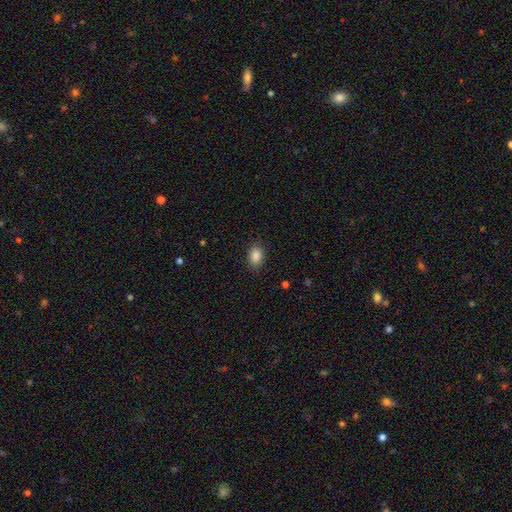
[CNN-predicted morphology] Smooth or featured? smooth (88%)
How rounded? in between (80%)
Merging? none (87%)